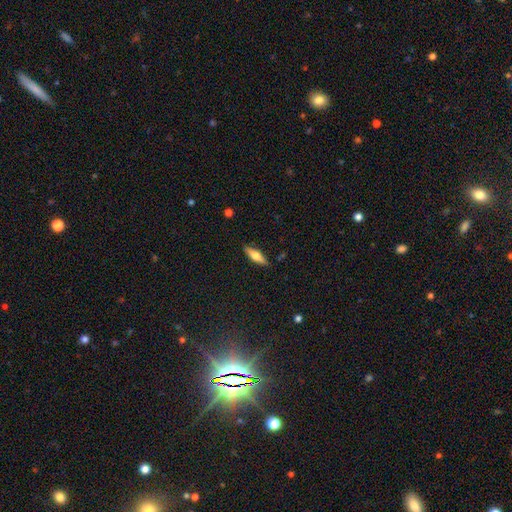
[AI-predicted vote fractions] This appears to be a smooth galaxy with no disk features (53%) that is cigar-shaped (59%). Merging: none (87%).